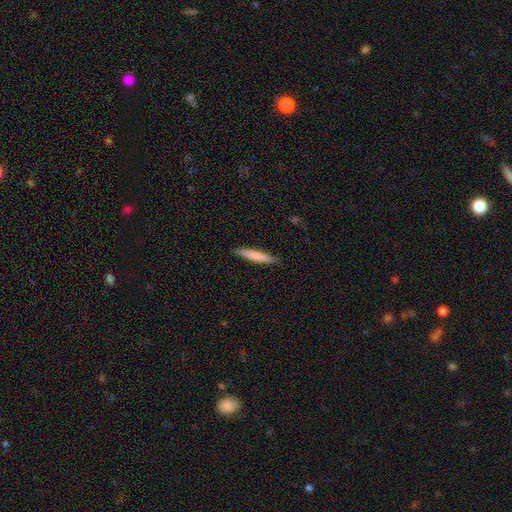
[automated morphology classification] Smooth or featured?
  - smooth: 77% *
  - featured or disk: 17%
  - star or artifact: 5%
How rounded?
  - cigar-shaped: 92% *
  - in between: 7%
  - round: 1%
Merging?
  - none: 89% *
  - minor disturbance: 8%
  - major disturbance: 2%
  - merger: 1%